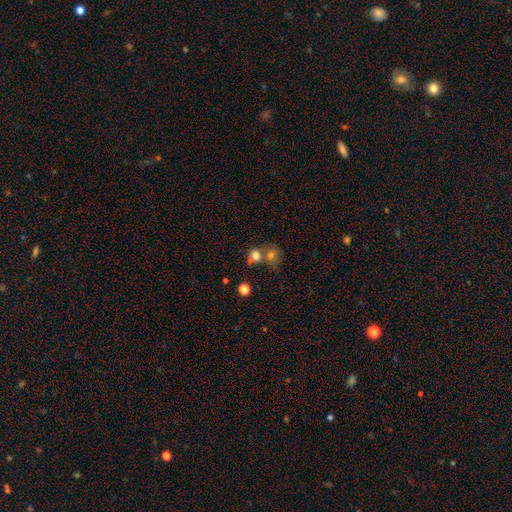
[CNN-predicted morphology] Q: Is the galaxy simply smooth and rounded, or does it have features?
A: smooth — 74%.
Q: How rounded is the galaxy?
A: round — 66%.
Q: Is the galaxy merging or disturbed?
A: merger — 50%.